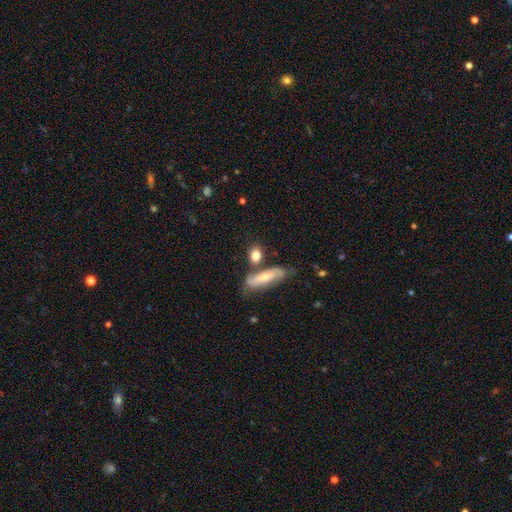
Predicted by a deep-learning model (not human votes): Q: Smooth or featured?
A: smooth (78%); runner-up: featured or disk (15%)
Q: How rounded?
A: in between (44%); runner-up: round (38%)
Q: Merging?
A: none (61%); runner-up: merger (19%)